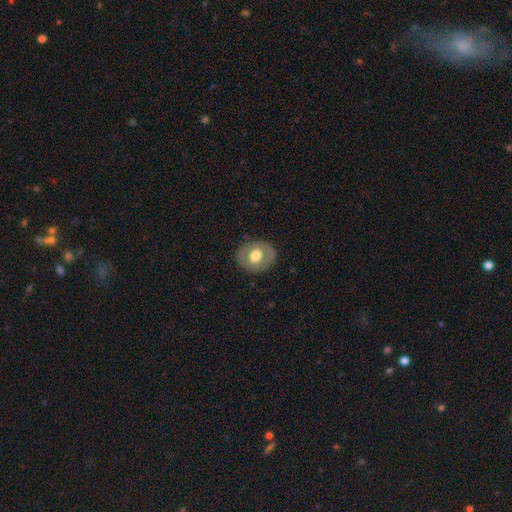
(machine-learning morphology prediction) Overall: smooth (52%; featured or disk 41%). How rounded: round (59%; in between 40%). Merging: none (83%).